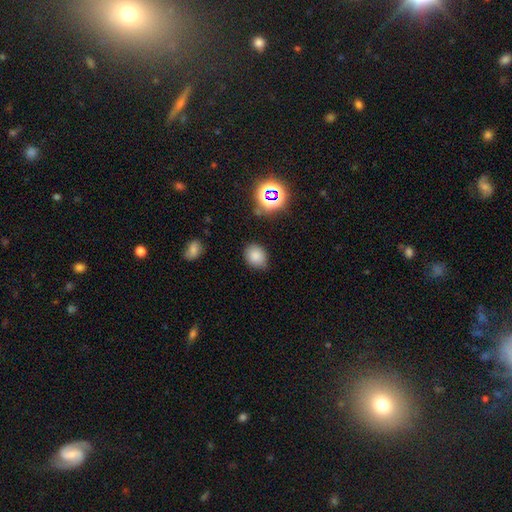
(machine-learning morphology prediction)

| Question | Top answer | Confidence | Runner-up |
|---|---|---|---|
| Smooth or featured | smooth | 80% | star or artifact (14%) |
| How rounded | round | 51% | in between (48%) |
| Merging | none | 77% | minor disturbance (17%) |